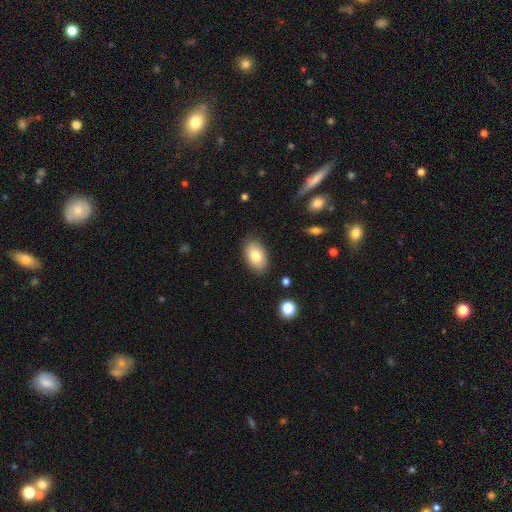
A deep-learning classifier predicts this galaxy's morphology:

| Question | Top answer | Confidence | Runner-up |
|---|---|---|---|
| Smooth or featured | smooth | 80% | featured or disk (13%) |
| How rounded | in between | 92% | round (7%) |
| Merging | none | 86% | minor disturbance (11%) |